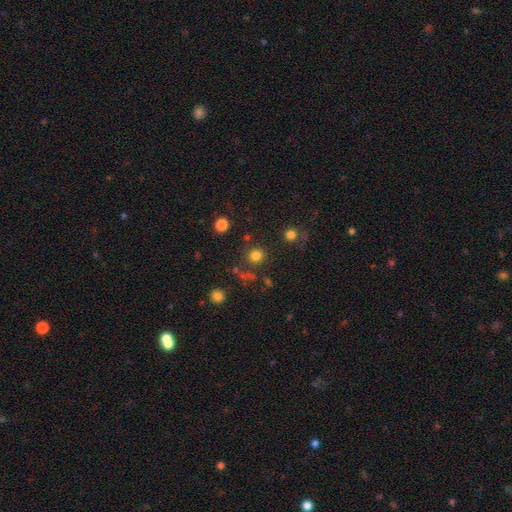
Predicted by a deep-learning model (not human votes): Smooth or featured?
  - smooth: 78% *
  - star or artifact: 16%
  - featured or disk: 5%
How rounded?
  - round: 92% *
  - in between: 7%
  - cigar-shaped: 1%
Merging?
  - none: 84% *
  - minor disturbance: 7%
  - merger: 5%
  - major disturbance: 3%